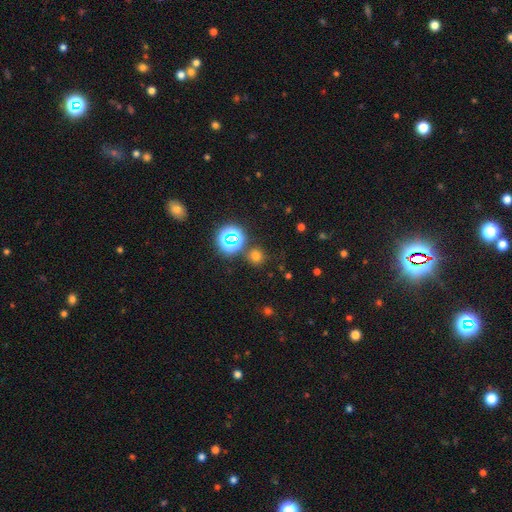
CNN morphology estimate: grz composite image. It shows a smooth galaxy with no disk features (65%) that is round (89%). Merging: none (81%).